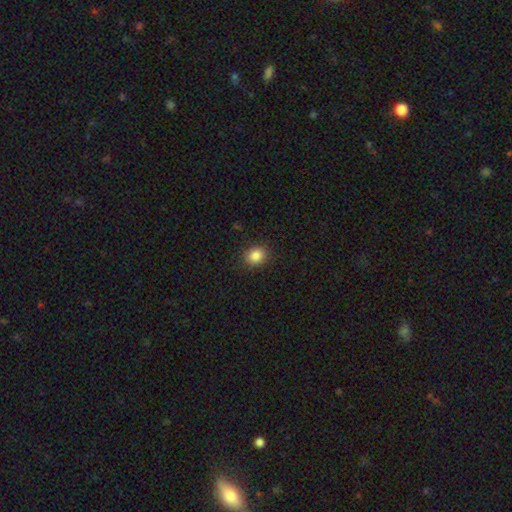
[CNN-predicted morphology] This is clearly a smooth galaxy (85%). How rounded: likely round (60%). Merging: clearly none (89%).